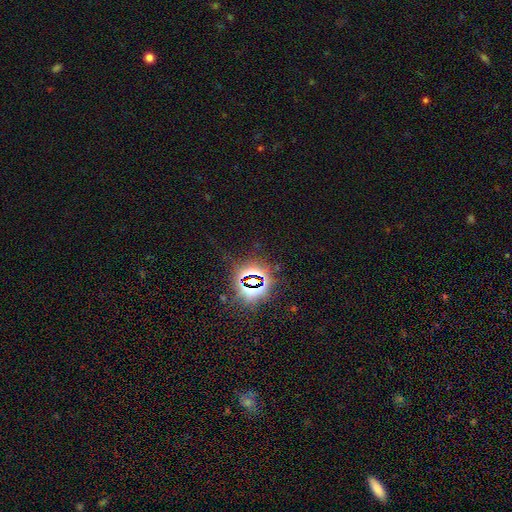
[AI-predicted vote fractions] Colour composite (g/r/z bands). It shows a star or artifact, not a galaxy (83%).